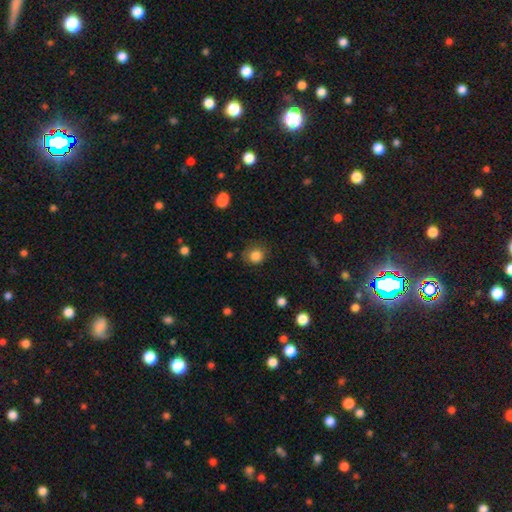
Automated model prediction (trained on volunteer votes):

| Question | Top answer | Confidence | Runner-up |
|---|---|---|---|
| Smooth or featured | smooth | 84% | star or artifact (11%) |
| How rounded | round | 79% | in between (20%) |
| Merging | none | 75% | minor disturbance (18%) |